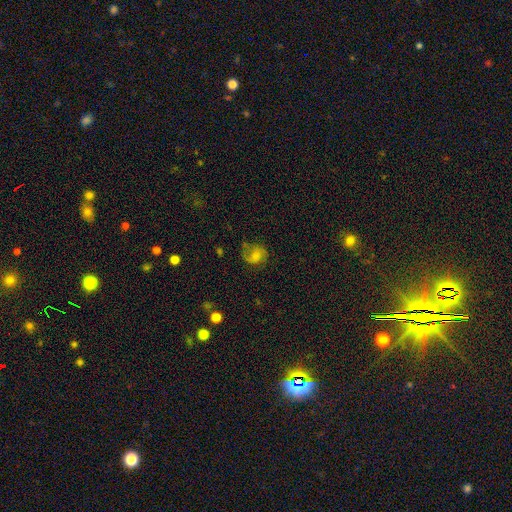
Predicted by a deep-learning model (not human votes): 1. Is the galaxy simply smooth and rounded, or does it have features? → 54% smooth, 35% featured or disk, 12% star or artifact.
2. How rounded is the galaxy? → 69% round, 30% in between, 1% cigar-shaped.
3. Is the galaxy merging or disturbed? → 59% none, 24% minor disturbance, 14% major disturbance, 3% merger.